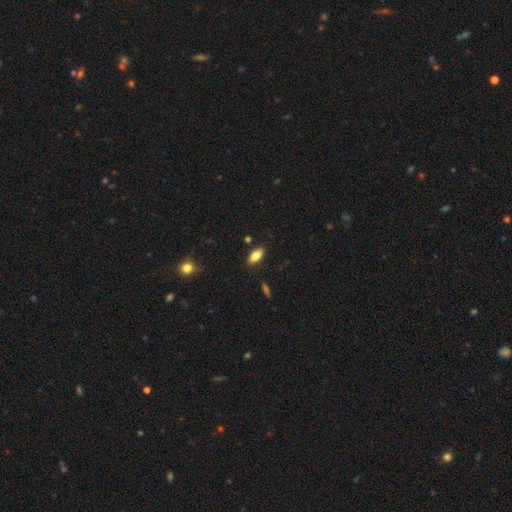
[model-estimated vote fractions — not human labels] Overall: smooth (78%). How rounded: in between (83%). Merging: none (86%).